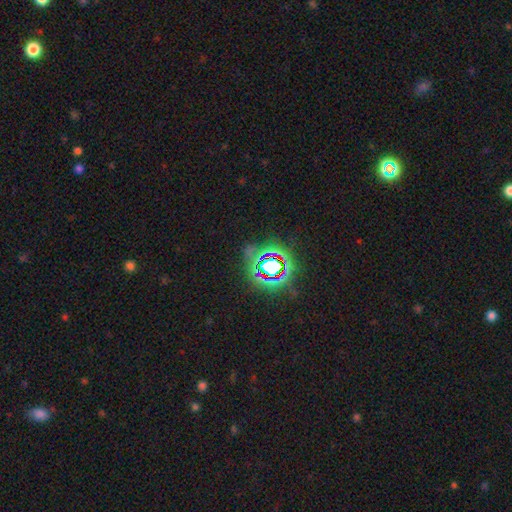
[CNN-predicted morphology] A star or artifact, not a galaxy (75%).

Vote fractions:
- Smooth or featured? star or artifact: 75% / smooth: 16% / featured or disk: 9%